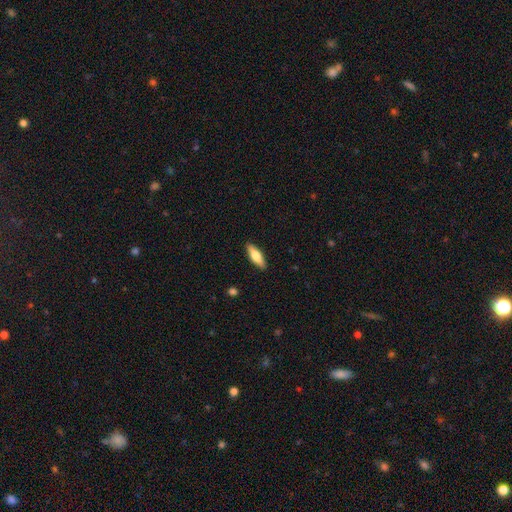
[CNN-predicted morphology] smooth-or-featured: smooth: 64% | featured or disk: 30% | star or artifact: 6%
  how-rounded: in between: 52% | cigar-shaped: 45% | round: 2%
  merging: none: 90% | minor disturbance: 8% | major disturbance: 2% | merger: 1%